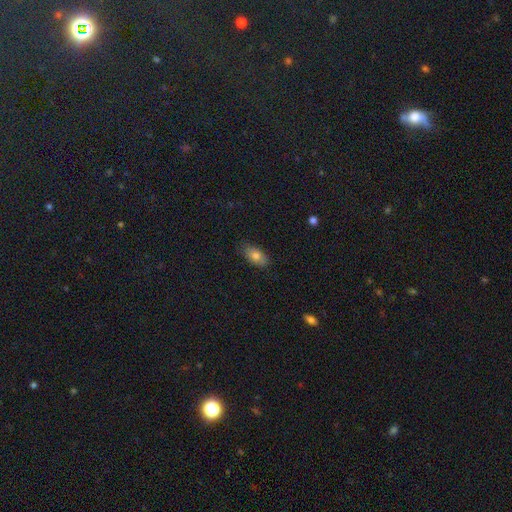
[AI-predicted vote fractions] This appears to be a smooth galaxy with no disk features (77%) that is in between round and cigar-shaped (91%). Merging: none (83%).